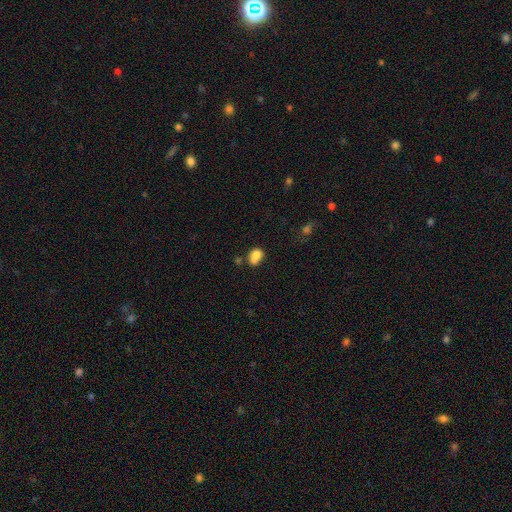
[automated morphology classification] This is likely a smooth galaxy (78%). How rounded: likely in between (63%). Merging: marginally none (37%).